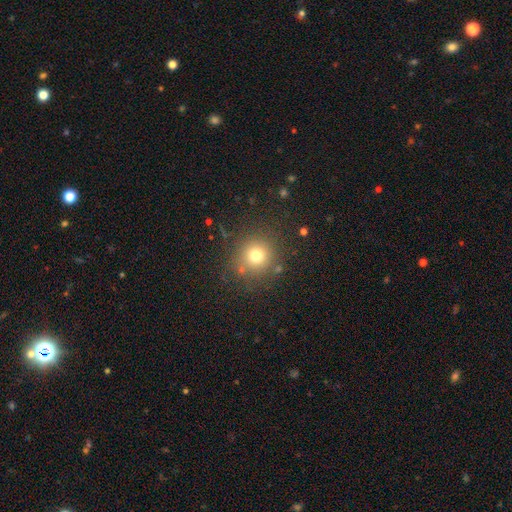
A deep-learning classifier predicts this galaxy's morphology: Q: Smooth or featured?
A: smooth (73%); runner-up: star or artifact (17%)
Q: How rounded?
A: round (92%); runner-up: in between (7%)
Q: Merging?
A: none (84%); runner-up: minor disturbance (9%)